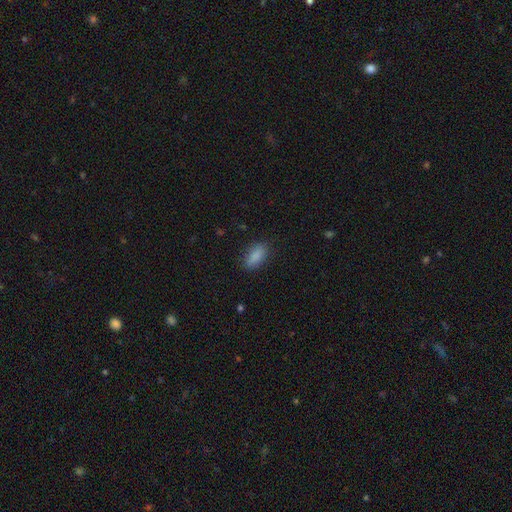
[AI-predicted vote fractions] This appears to be a smooth galaxy with no disk features (87%) that is in between round and cigar-shaped (84%). Merging: none (83%).